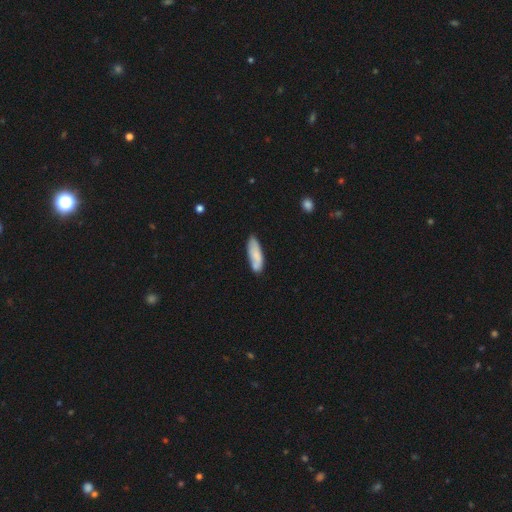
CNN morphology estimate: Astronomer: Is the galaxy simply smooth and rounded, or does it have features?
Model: smooth — 77%.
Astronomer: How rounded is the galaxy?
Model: in between — 54% (runner-up: cigar-shaped, 44%).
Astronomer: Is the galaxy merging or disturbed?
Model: none — 70%.